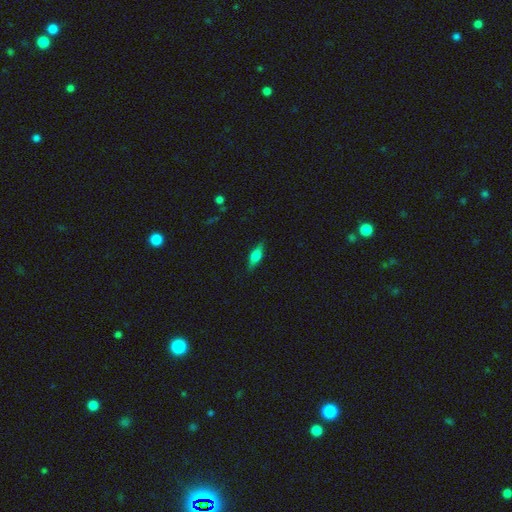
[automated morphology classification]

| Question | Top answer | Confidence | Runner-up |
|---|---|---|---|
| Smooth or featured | smooth | 53% | featured or disk (39%) |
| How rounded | in between | 55% | cigar-shaped (41%) |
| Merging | none | 85% | minor disturbance (11%) |